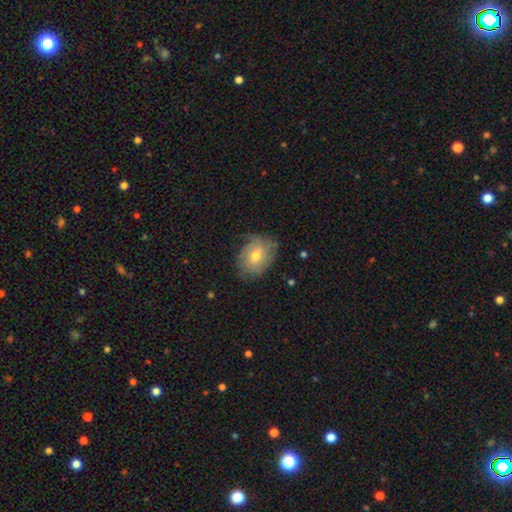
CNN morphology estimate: Smooth or featured? smooth (48%)
Merging? none (68%)